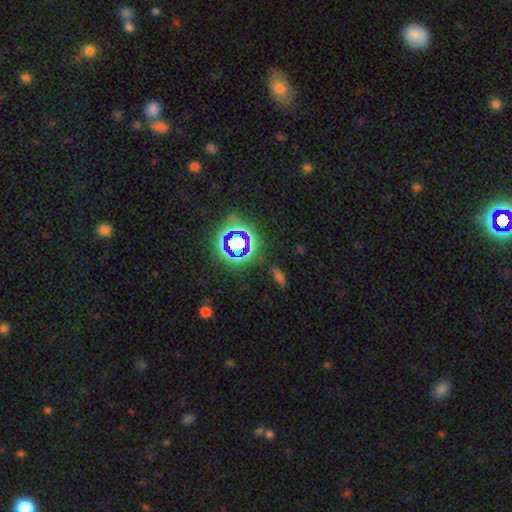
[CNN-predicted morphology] smooth_or_featured: star or artifact (p=0.75) [alt: smooth p=0.16]